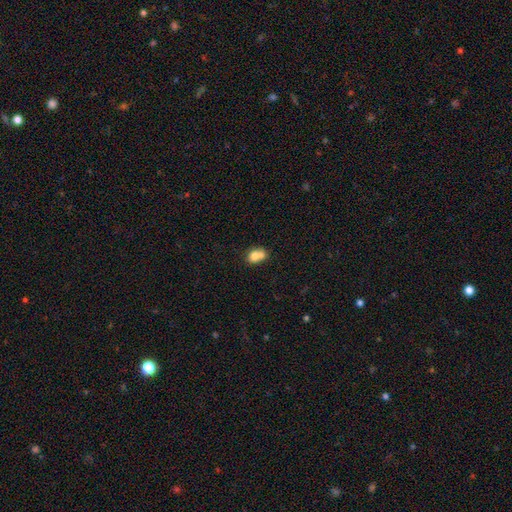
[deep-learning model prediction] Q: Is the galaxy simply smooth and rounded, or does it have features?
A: smooth — 72%.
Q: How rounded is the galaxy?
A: round — 56%.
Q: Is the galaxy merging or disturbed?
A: merger — 62%.